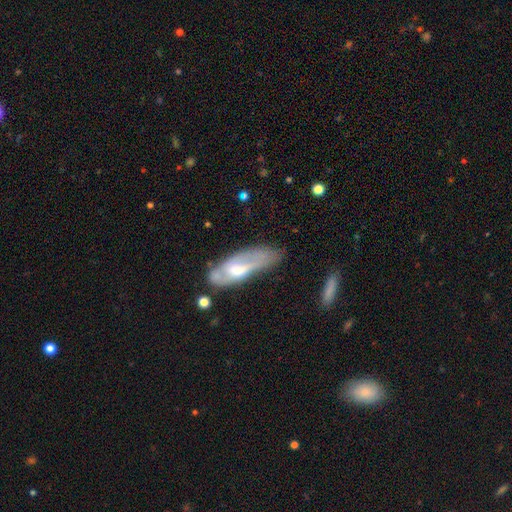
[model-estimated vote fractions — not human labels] featured or disk 57%, smooth 35%, star or artifact 9%. Down the decision tree: edge-on disk — no (76%); merging — none (51%).